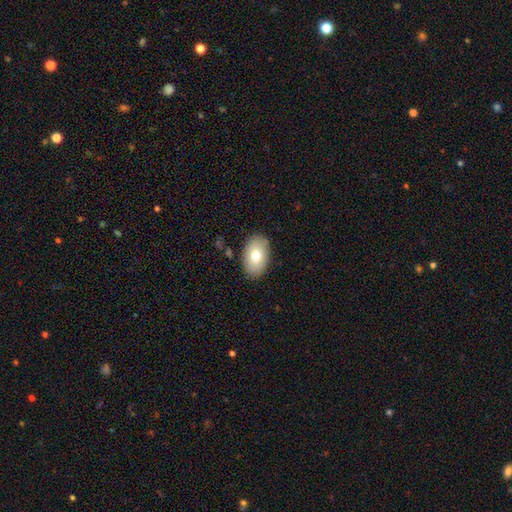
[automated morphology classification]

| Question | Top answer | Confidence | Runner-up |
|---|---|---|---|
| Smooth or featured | smooth | 76% | featured or disk (17%) |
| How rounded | in between | 92% | round (7%) |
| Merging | none | 87% | minor disturbance (10%) |